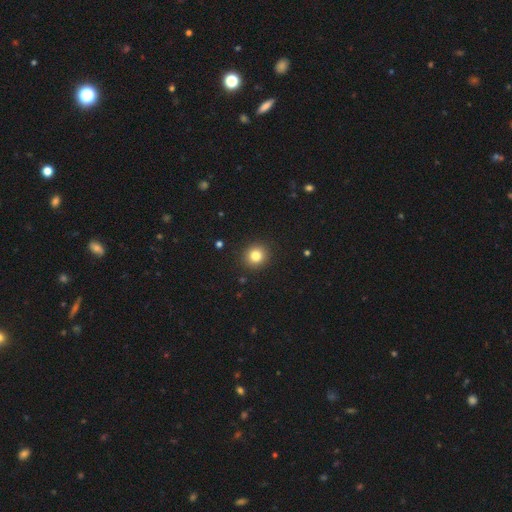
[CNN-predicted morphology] This is clearly a smooth galaxy (82%). How rounded: clearly round (88%). Merging: clearly none (92%).